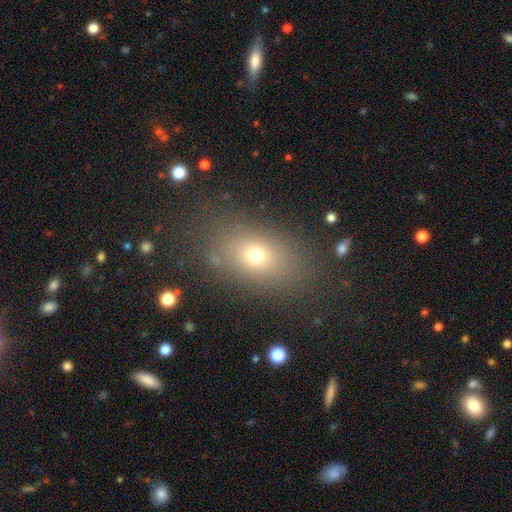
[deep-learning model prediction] Smooth or featured?
  - smooth: 68% *
  - star or artifact: 18%
  - featured or disk: 14%
How rounded?
  - in between: 74% *
  - round: 24%
  - cigar-shaped: 2%
Merging?
  - none: 81% *
  - minor disturbance: 11%
  - major disturbance: 6%
  - merger: 2%